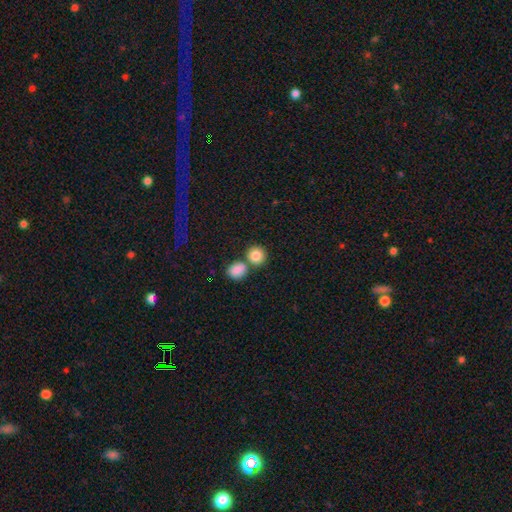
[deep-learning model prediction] A smooth galaxy with no disk features (85%) that is round (83%).

Vote fractions:
- Smooth or featured? smooth: 85% / star or artifact: 9% / featured or disk: 6%
- How rounded? round: 83% / in between: 16% / cigar-shaped: 1%
- Merging? none: 57% / merger: 31% / minor disturbance: 8% / major disturbance: 3%